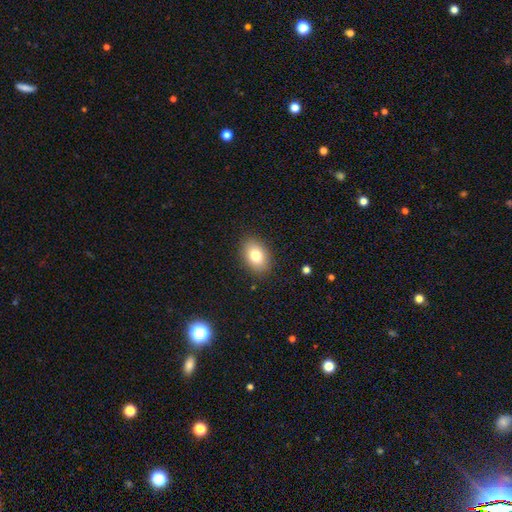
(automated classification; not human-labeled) Smooth or featured?
  - smooth: 80% *
  - featured or disk: 11%
  - star or artifact: 9%
How rounded?
  - in between: 82% *
  - round: 17%
  - cigar-shaped: 1%
Merging?
  - none: 87% *
  - minor disturbance: 9%
  - major disturbance: 3%
  - merger: 1%